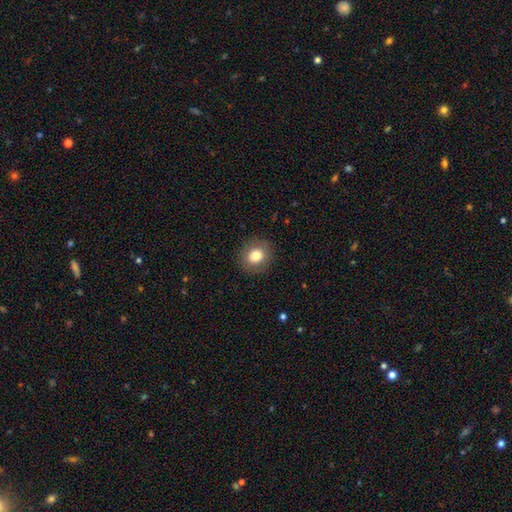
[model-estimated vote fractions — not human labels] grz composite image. It shows a smooth galaxy with no disk features (80%) that is round (79%). Merging: none (89%).